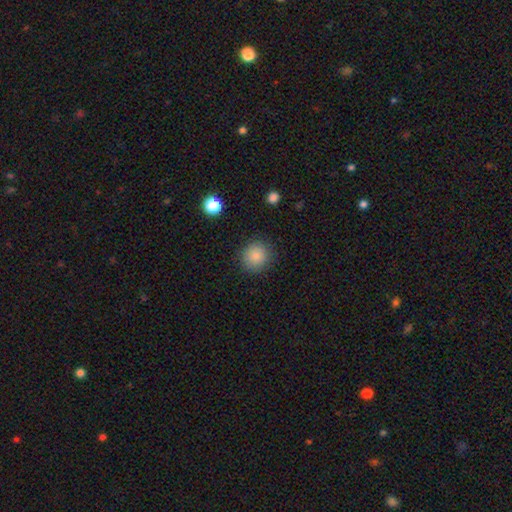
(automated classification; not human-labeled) Smooth or featured?
  - smooth: 85% *
  - star or artifact: 10%
  - featured or disk: 5%
How rounded?
  - round: 91% *
  - in between: 8%
  - cigar-shaped: 1%
Merging?
  - none: 89% *
  - minor disturbance: 7%
  - major disturbance: 3%
  - merger: 1%